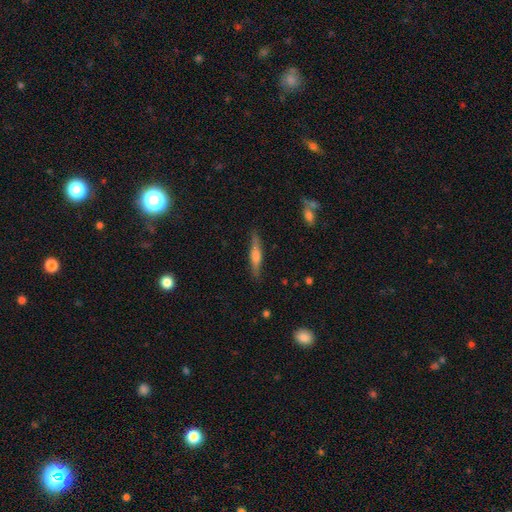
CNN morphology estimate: Smooth or featured? Predicted: featured or disk (p=0.54). Edge-on disk? Predicted: yes (p=0.93). Edge-on bulge? Predicted: rounded (p=0.69). Merging? Predicted: none (p=0.86).